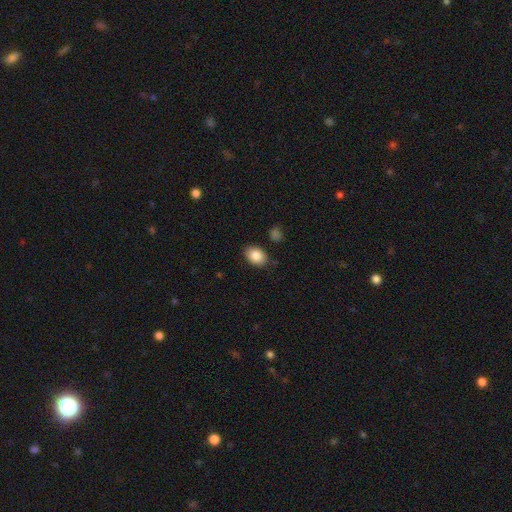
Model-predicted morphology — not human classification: Q: Smooth or featured?
A: smooth (86%); runner-up: star or artifact (8%)
Q: How rounded?
A: in between (80%); runner-up: round (19%)
Q: Merging?
A: none (84%); runner-up: minor disturbance (11%)